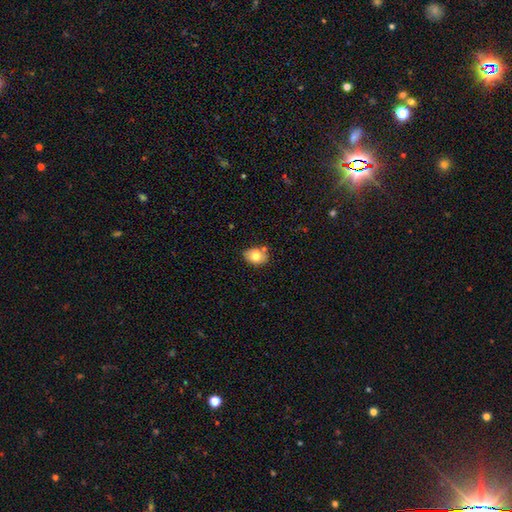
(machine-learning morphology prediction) Smooth or featured: smooth — 69% (featured or disk — 21%)
How rounded: in between — 70% (round — 29%)
Merging: none — 61% (minor disturbance — 19%)